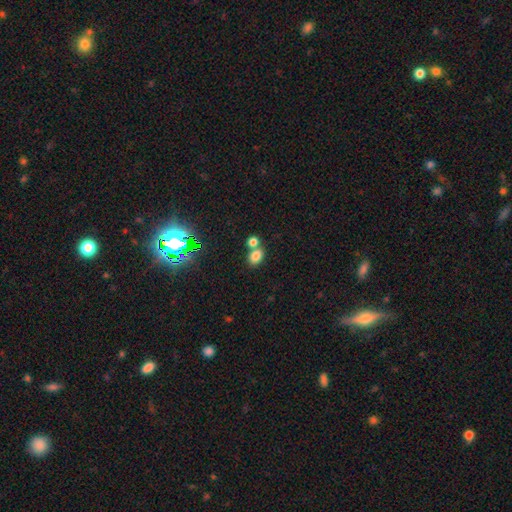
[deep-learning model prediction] The model was most divided on "merging": none: 49%, merger: 39%, minor disturbance: 8%, major disturbance: 3%. More confident: smooth or featured — smooth (78%); how rounded — in between (65%).